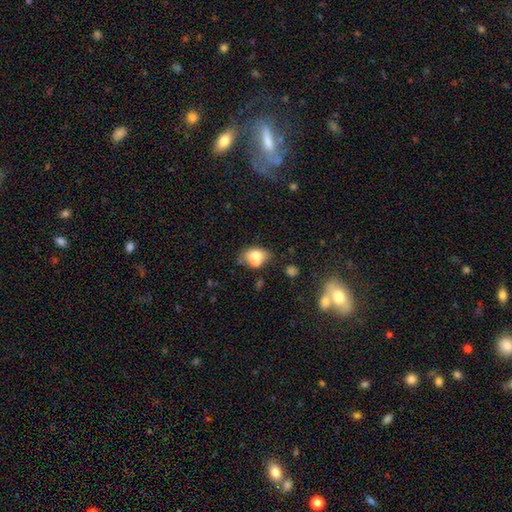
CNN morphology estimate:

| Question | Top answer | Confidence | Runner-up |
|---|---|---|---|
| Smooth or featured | smooth | 67% | featured or disk (23%) |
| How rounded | in between | 68% | round (30%) |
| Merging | merger | 46% | none (34%) |